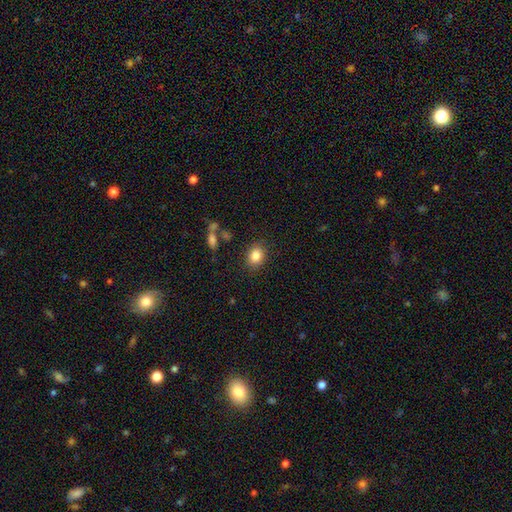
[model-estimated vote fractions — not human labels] Smooth or featured? smooth (84%)
How rounded? in between (52%)
Merging? none (85%)